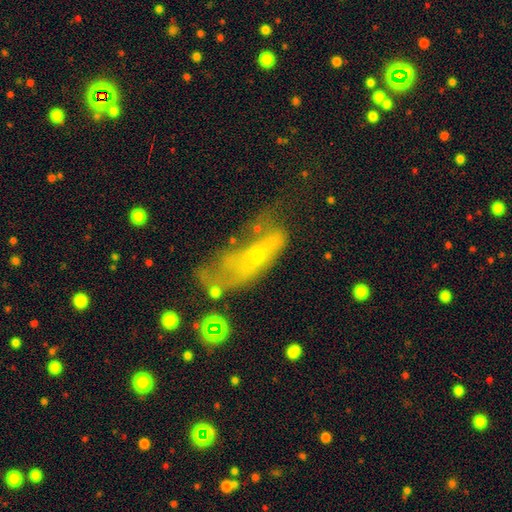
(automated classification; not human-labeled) A featured or disk galaxy (55%). Merging: major disturbance (43%).